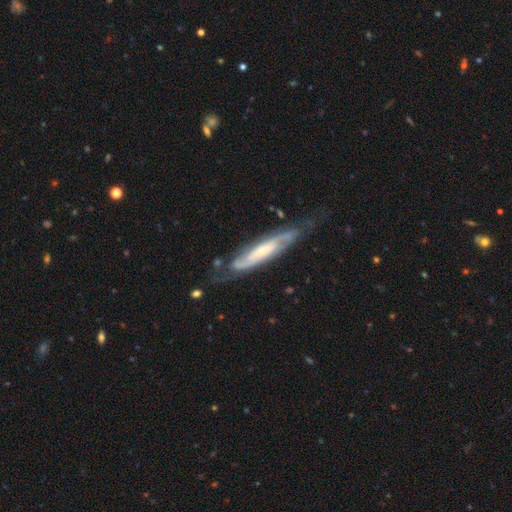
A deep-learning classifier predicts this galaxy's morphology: A featured or disk galaxy (62%) viewed edge-on (80%). Merging: none (74%).